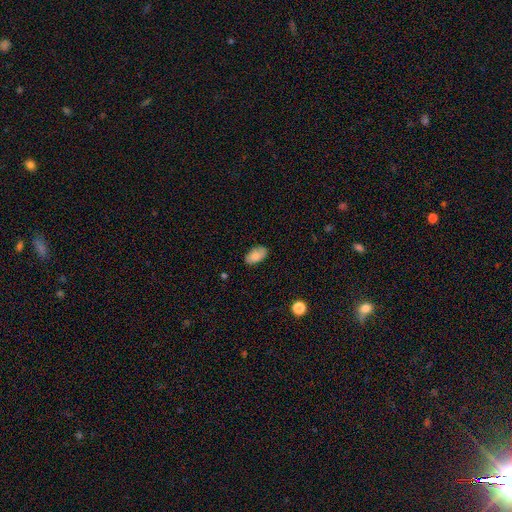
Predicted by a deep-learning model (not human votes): A smooth galaxy with no disk features (80%) that is in between round and cigar-shaped (93%).

Vote fractions:
- Smooth or featured? smooth: 80% / featured or disk: 12% / star or artifact: 8%
- How rounded? in between: 93% / round: 5% / cigar-shaped: 2%
- Merging? none: 79% / minor disturbance: 16% / major disturbance: 3% / merger: 1%